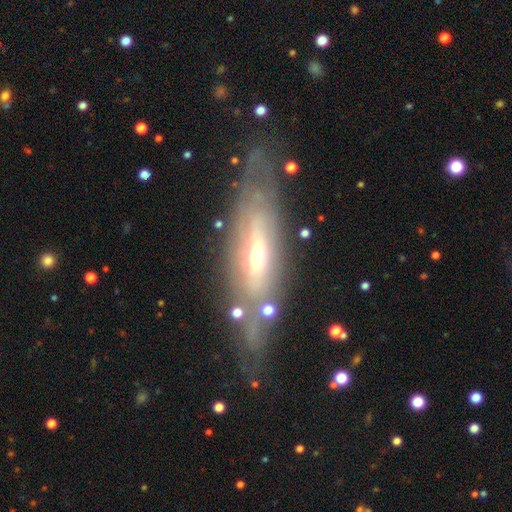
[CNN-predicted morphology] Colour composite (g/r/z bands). It shows a featured or disk galaxy (70%). Merging: none (72%).